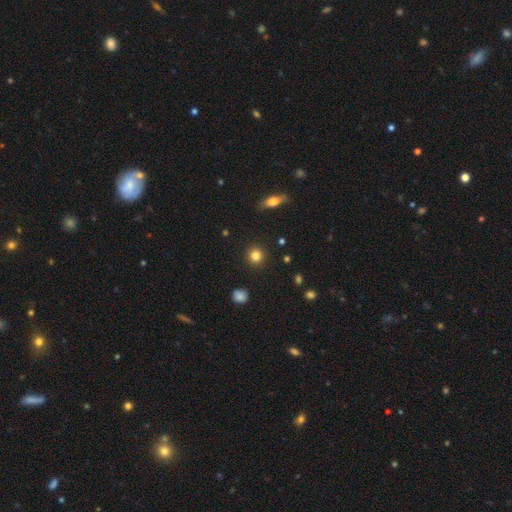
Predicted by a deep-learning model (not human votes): smooth_or_featured: smooth (p=0.84) [alt: star or artifact p=0.10]
how_rounded: round (p=0.93) [alt: in between p=0.05]
merging: none (p=0.92) [alt: minor disturbance p=0.05]